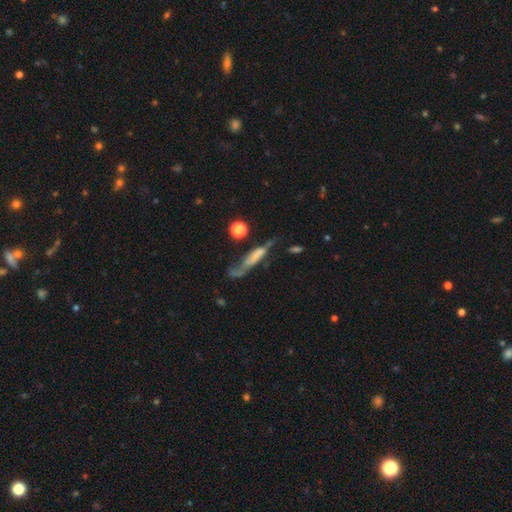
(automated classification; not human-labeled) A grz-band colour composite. It shows a smooth galaxy with no disk features (46%). Merging: major disturbance (34%).